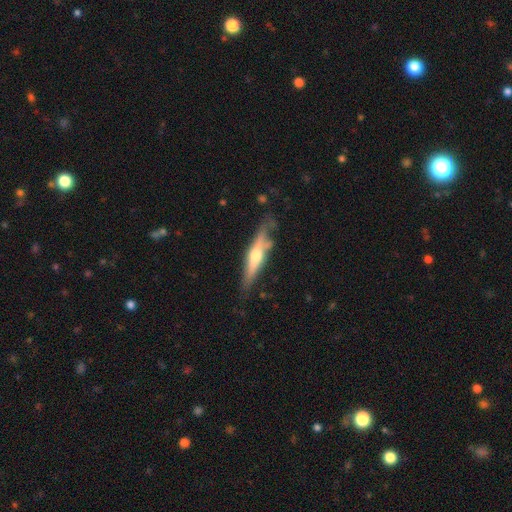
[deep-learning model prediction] Morphology: type=featured or disk (60%); edge-on=yes (89%); edge-on bulge=rounded (88%); merging=none (63%).